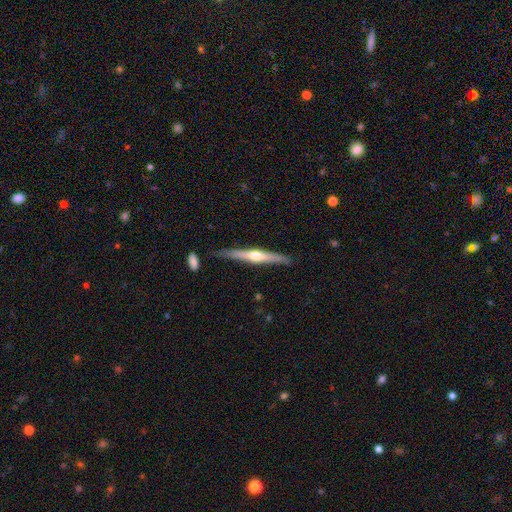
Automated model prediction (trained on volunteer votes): featured or disk 71%, smooth 24%, star or artifact 5%. Down the decision tree: edge-on disk — yes (98%); edge-on bulge — rounded (88%); merging — none (85%).